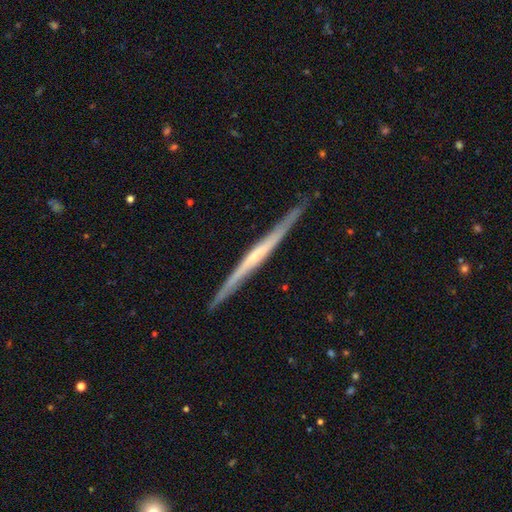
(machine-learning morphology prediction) smooth-or-featured: featured or disk: 73% | smooth: 22% | star or artifact: 5%
  disk-edge-on: yes: 97% | no: 3%
    edge-on-bulge: none: 64% | rounded: 25% | boxy: 11%
  merging: none: 86% | minor disturbance: 11% | major disturbance: 2% | merger: 1%